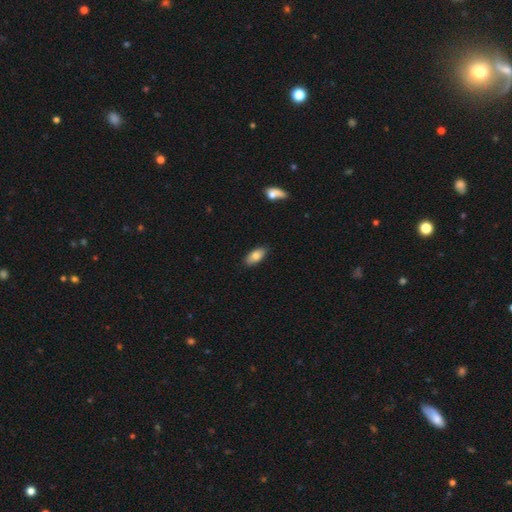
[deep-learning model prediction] Smooth or featured?
  - smooth: 79% *
  - featured or disk: 14%
  - star or artifact: 7%
How rounded?
  - in between: 88% *
  - cigar-shaped: 9%
  - round: 3%
Merging?
  - none: 85% *
  - minor disturbance: 11%
  - major disturbance: 2%
  - merger: 2%